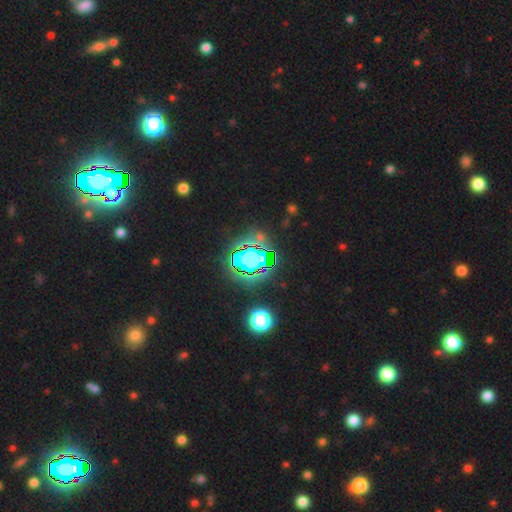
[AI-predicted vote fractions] The model was most divided on "smooth or featured": star or artifact: 71%, smooth: 15%, featured or disk: 14%.